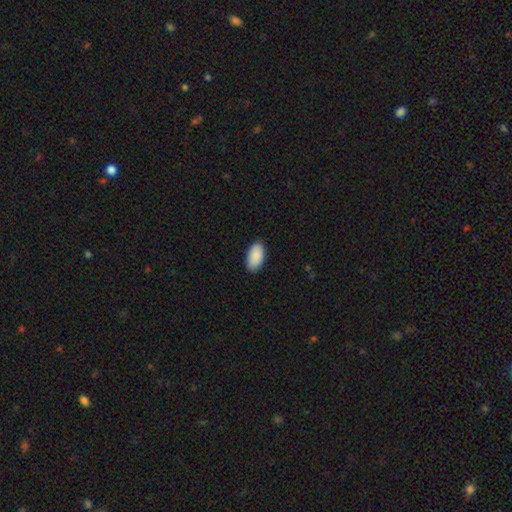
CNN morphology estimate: Smooth or featured: smooth — 90% (star or artifact — 6%)
How rounded: in between — 96% (round — 3%)
Merging: none — 87% (minor disturbance — 10%)